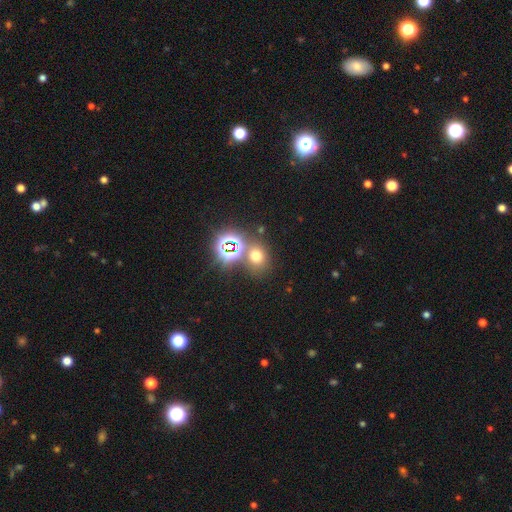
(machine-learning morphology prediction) Smooth or featured? smooth (56%)
How rounded? round (69%)
Merging? none (67%)